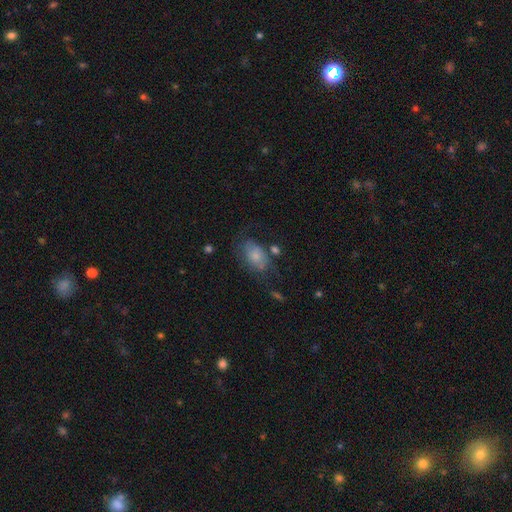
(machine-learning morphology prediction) smooth_or_featured: smooth (p=0.67) [alt: featured or disk p=0.24]
how_rounded: in between (p=0.86) [alt: round p=0.12]
merging: none (p=0.48) [alt: minor disturbance p=0.26]